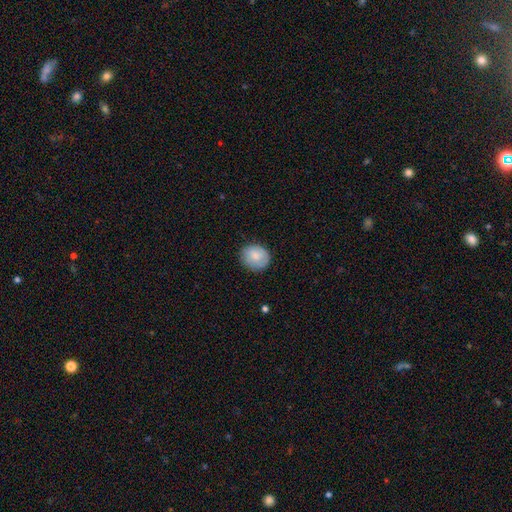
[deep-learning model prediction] A smooth galaxy with no disk features (78%) that is round (73%). Merging: none (80%).